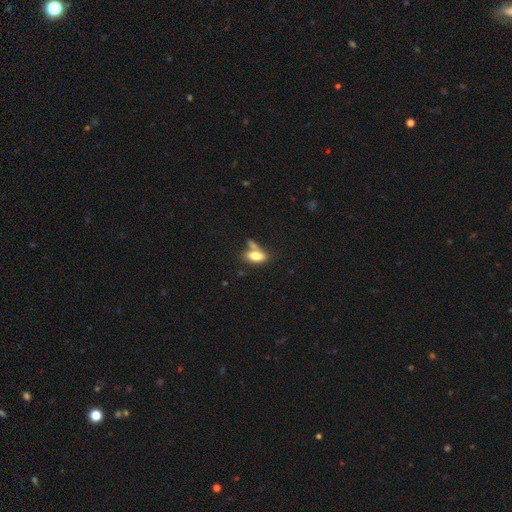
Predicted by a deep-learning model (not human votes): smooth_or_featured: smooth (p=0.74) [alt: featured or disk p=0.18]
how_rounded: in between (p=0.86) [alt: cigar-shaped p=0.09]
merging: none (p=0.45) [alt: merger p=0.33]